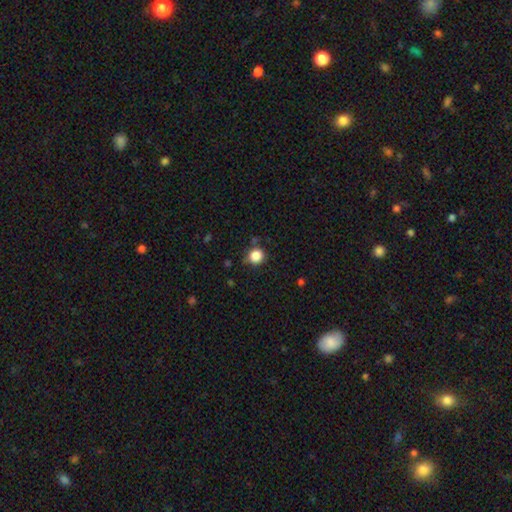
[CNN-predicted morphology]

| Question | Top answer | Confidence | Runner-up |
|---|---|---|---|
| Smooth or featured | smooth | 85% | star or artifact (11%) |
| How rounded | round | 86% | in between (13%) |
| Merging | none | 80% | minor disturbance (13%) |